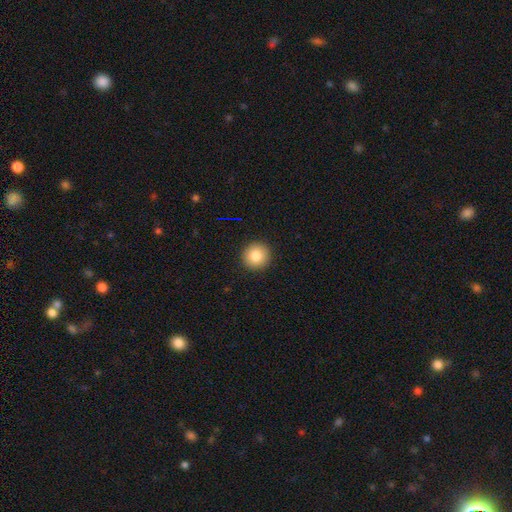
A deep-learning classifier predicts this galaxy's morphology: smooth_or_featured: smooth (p=0.83) [alt: star or artifact p=0.09]
how_rounded: round (p=0.93) [alt: in between p=0.06]
merging: none (p=0.92) [alt: minor disturbance p=0.05]